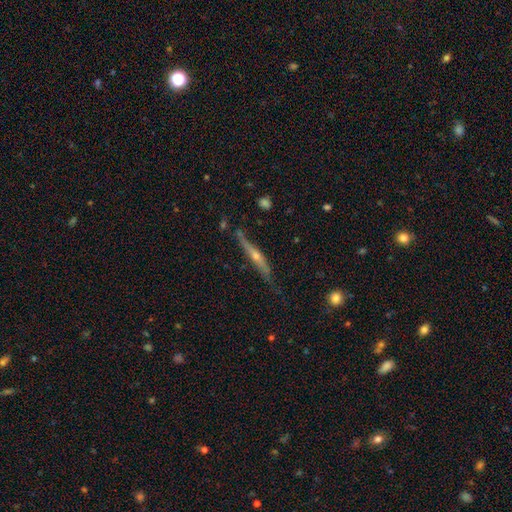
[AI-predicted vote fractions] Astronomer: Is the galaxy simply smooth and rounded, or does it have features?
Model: featured or disk — 74%.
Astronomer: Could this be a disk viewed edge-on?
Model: yes — 94%.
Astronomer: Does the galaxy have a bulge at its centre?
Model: rounded — 83%.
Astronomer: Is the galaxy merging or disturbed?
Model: none — 70%.